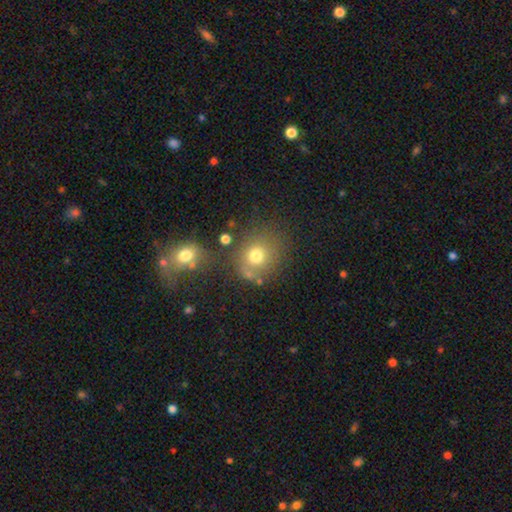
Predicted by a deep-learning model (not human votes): This appears to be a smooth galaxy with no disk features (72%) that is round (80%). Merging: none (67%).